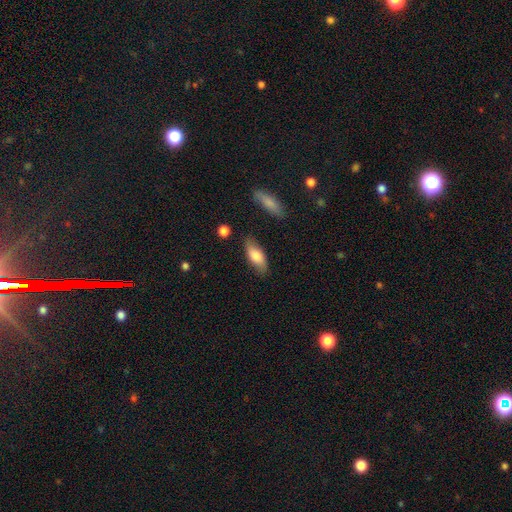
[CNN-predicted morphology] Overall: smooth (79%). How rounded: in between (80%). Merging: none (80%).